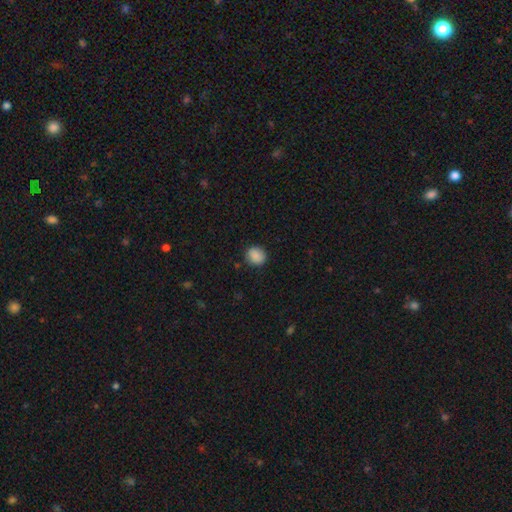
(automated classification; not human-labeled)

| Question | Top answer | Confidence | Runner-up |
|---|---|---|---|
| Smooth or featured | smooth | 88% | star or artifact (8%) |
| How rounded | round | 79% | in between (20%) |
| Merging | none | 87% | minor disturbance (9%) |